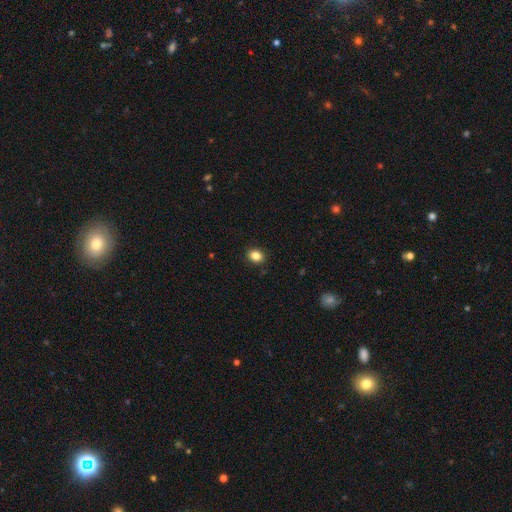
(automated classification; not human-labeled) smooth-or-featured: smooth: 85% | star or artifact: 10% | featured or disk: 5%
  how-rounded: round: 56% | in between: 43% | cigar-shaped: 1%
  merging: none: 90% | minor disturbance: 7% | major disturbance: 2% | merger: 1%